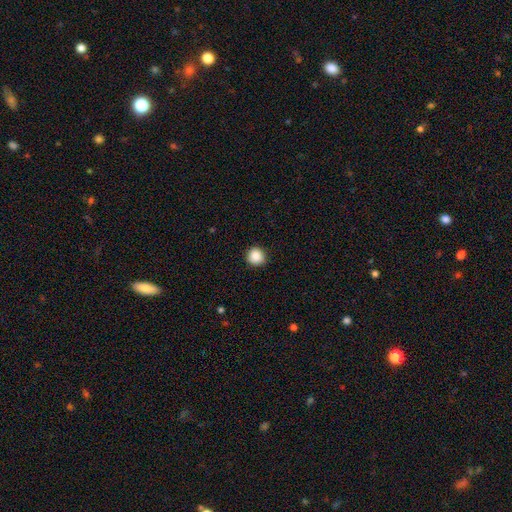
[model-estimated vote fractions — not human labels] smooth-or-featured: smooth: 88% | star or artifact: 9% | featured or disk: 3%
  how-rounded: round: 92% | in between: 7% | cigar-shaped: 1%
  merging: none: 90% | minor disturbance: 7% | major disturbance: 2% | merger: 1%